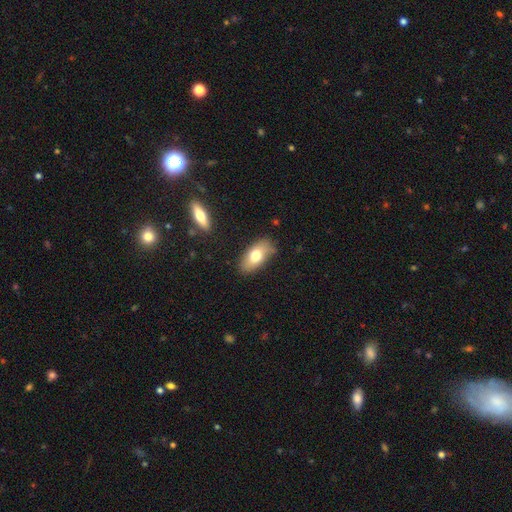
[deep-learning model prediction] Q: Smooth or featured?
A: smooth (72%); runner-up: featured or disk (21%)
Q: How rounded?
A: in between (89%); runner-up: cigar-shaped (7%)
Q: Merging?
A: none (78%); runner-up: minor disturbance (16%)